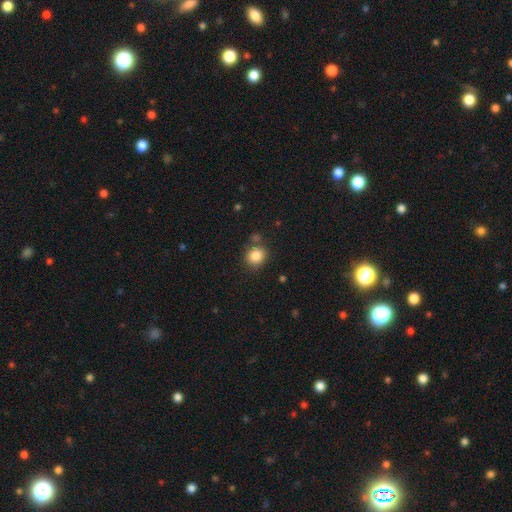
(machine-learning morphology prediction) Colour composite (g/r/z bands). It shows a smooth galaxy with no disk features (85%) that is round (74%). Merging: none (76%).